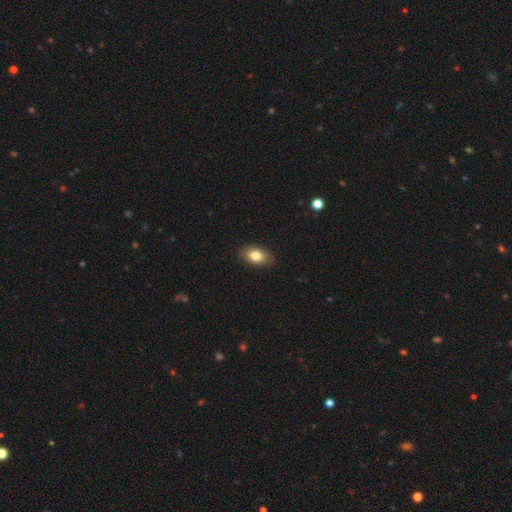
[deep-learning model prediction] Smooth or featured?
  - smooth: 82% *
  - featured or disk: 9%
  - star or artifact: 8%
How rounded?
  - in between: 87% *
  - round: 12%
  - cigar-shaped: 2%
Merging?
  - none: 87% *
  - minor disturbance: 10%
  - major disturbance: 2%
  - merger: 1%